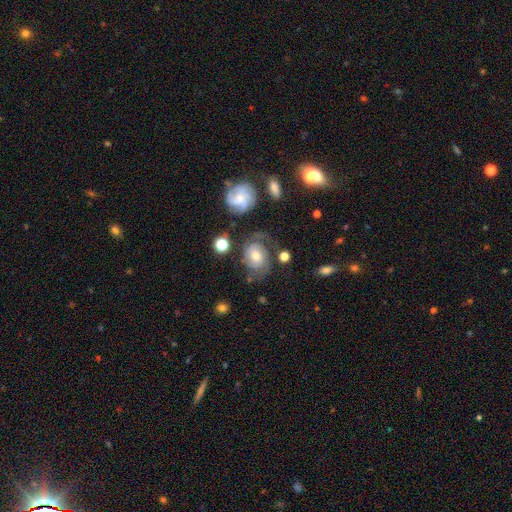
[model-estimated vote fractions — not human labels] Morphology: type=featured or disk (70%); edge-on=no (97%); bar=no (66%); spiral arms=yes (91%); winding=tight (49%); arm count=2 (52%); bulge=moderate (62%); merging=none (57%).